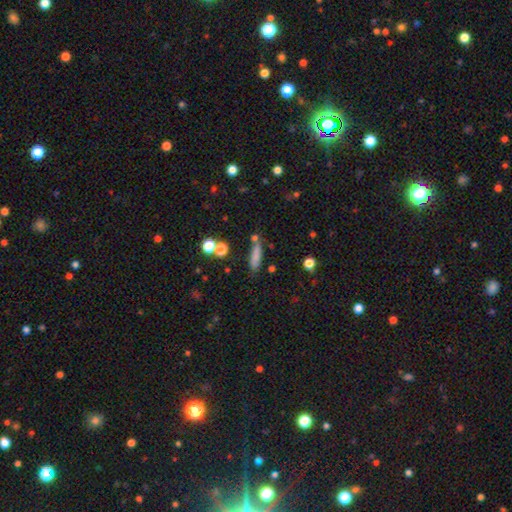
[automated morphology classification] Q: Smooth or featured?
A: smooth (78%); runner-up: featured or disk (11%)
Q: How rounded?
A: cigar-shaped (69%); runner-up: in between (28%)
Q: Merging?
A: none (72%); runner-up: minor disturbance (15%)